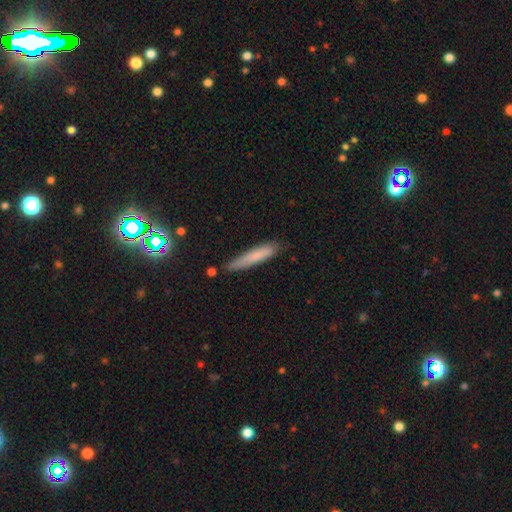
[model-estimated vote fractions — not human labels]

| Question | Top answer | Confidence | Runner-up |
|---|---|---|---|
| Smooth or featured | smooth | 72% | featured or disk (19%) |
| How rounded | cigar-shaped | 91% | in between (8%) |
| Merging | none | 73% | minor disturbance (20%) |